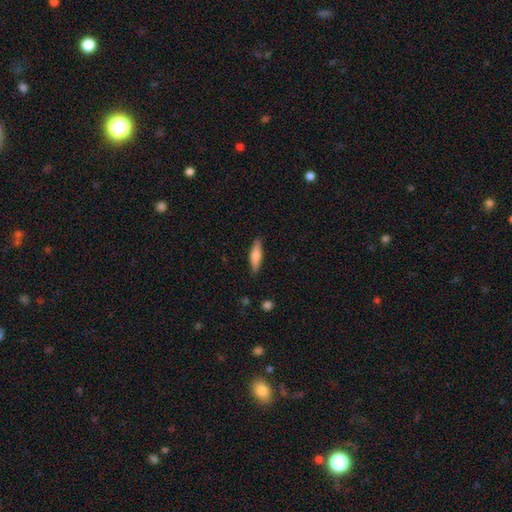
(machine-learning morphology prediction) This is likely a smooth galaxy (66%). How rounded: likely cigar-shaped (68%). Merging: clearly none (88%).